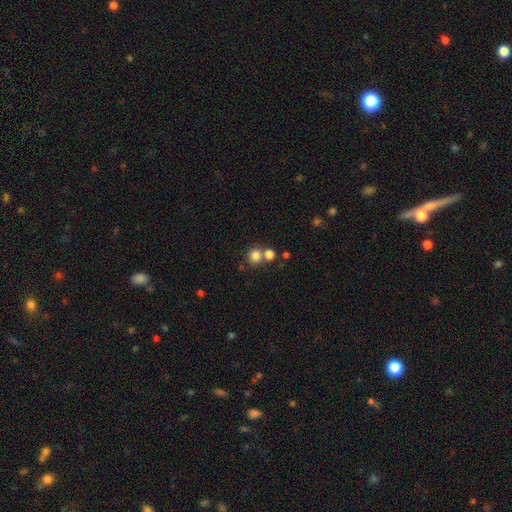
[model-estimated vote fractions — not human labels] A smooth galaxy with no disk features (81%) that is round (84%).

Vote fractions:
- Smooth or featured? smooth: 81% / star or artifact: 12% / featured or disk: 7%
- How rounded? round: 84% / in between: 15% / cigar-shaped: 1%
- Merging? none: 58% / merger: 31% / minor disturbance: 8% / major disturbance: 3%